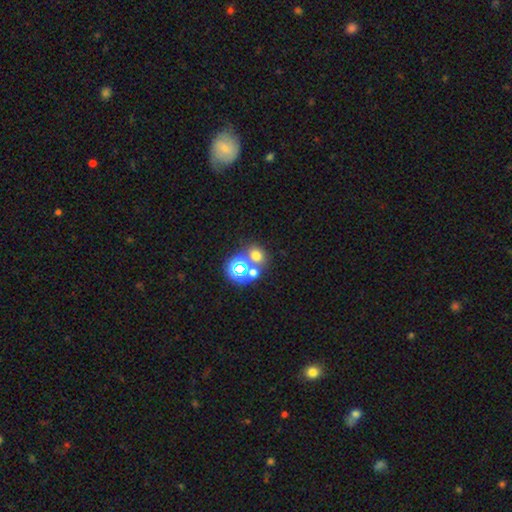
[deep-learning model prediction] Smooth or featured?
  - smooth: 59% *
  - star or artifact: 30%
  - featured or disk: 11%
How rounded?
  - round: 66% *
  - in between: 33%
  - cigar-shaped: 1%
Merging?
  - none: 54% *
  - merger: 33%
  - minor disturbance: 8%
  - major disturbance: 5%